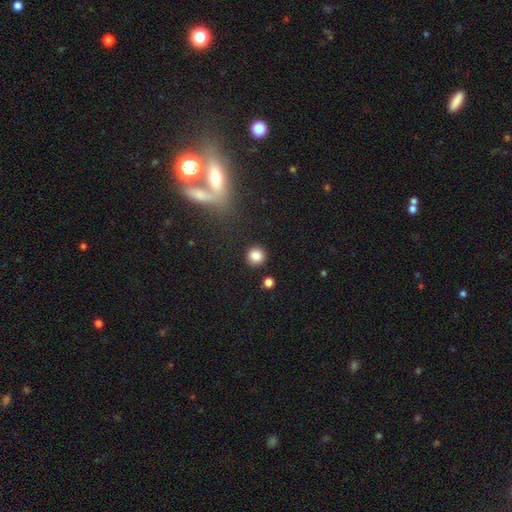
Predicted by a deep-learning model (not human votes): A smooth galaxy with no disk features (84%) that is round (93%).

Vote fractions:
- Smooth or featured? smooth: 84% / star or artifact: 11% / featured or disk: 5%
- How rounded? round: 93% / in between: 6% / cigar-shaped: 1%
- Merging? none: 89% / minor disturbance: 6% / merger: 3% / major disturbance: 2%